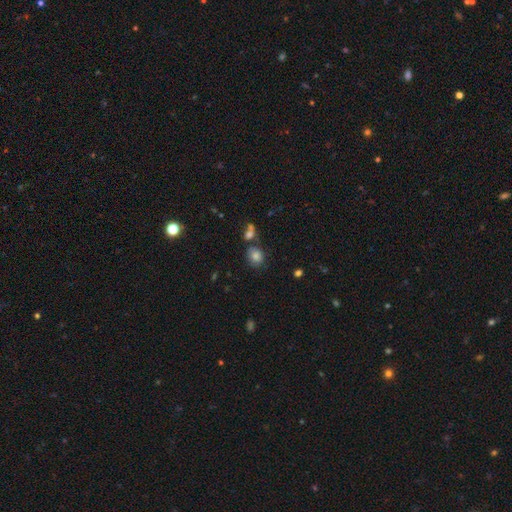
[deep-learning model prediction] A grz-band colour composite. It shows a smooth galaxy with no disk features (77%) that is round (70%). Merging: none (67%).